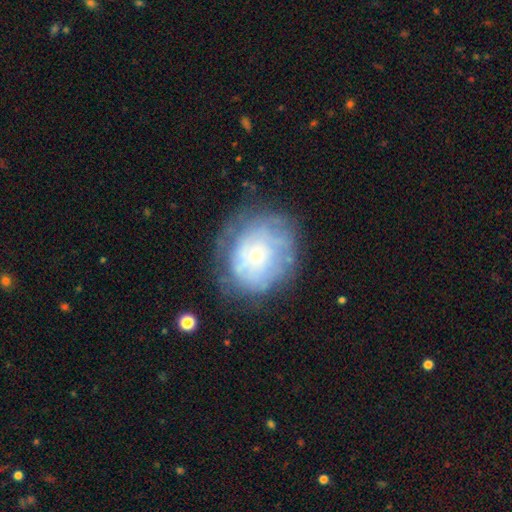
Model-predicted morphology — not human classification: Smooth or featured? featured or disk (59%)
Edge-on disk? no (97%)
Bar? no (85%)
Spiral arms? yes (60%)
Bulge size? small (67%)
Merging? none (66%)